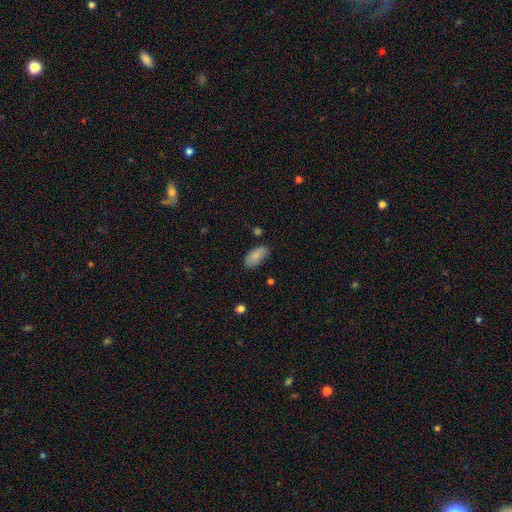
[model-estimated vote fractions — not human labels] Smooth or featured?
  - smooth: 87% *
  - star or artifact: 7%
  - featured or disk: 7%
How rounded?
  - in between: 92% *
  - cigar-shaped: 5%
  - round: 2%
Merging?
  - none: 79% *
  - minor disturbance: 16%
  - major disturbance: 3%
  - merger: 2%